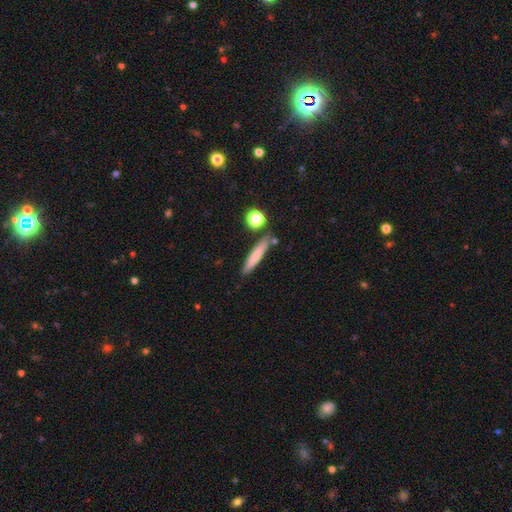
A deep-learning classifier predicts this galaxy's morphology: smooth_or_featured: smooth (p=0.72) [alt: featured or disk p=0.21]
how_rounded: cigar-shaped (p=0.90) [alt: in between p=0.08]
merging: none (p=0.79) [alt: minor disturbance p=0.11]